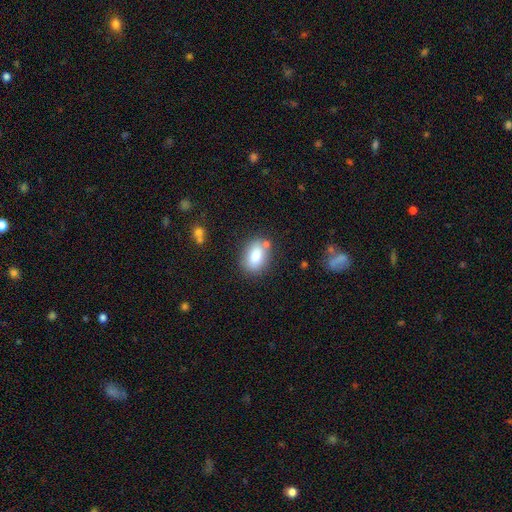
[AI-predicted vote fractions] Overall: smooth (79%). How rounded: in between (73%). Merging: none (76%).